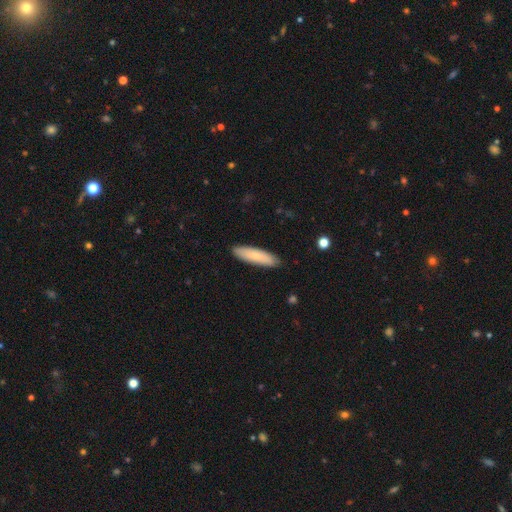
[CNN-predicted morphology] Smooth or featured? Predicted: smooth (p=0.78). How rounded? Predicted: cigar-shaped (p=0.66). Merging? Predicted: none (p=0.89).